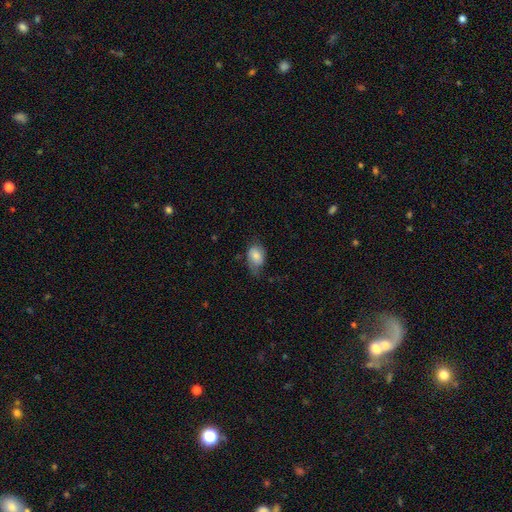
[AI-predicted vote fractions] A smooth galaxy with no disk features (74%) that is in between round and cigar-shaped (81%).

Vote fractions:
- Smooth or featured? smooth: 74% / featured or disk: 19% / star or artifact: 7%
- How rounded? in between: 81% / round: 18% / cigar-shaped: 1%
- Merging? none: 52% / minor disturbance: 34% / major disturbance: 13% / merger: 1%